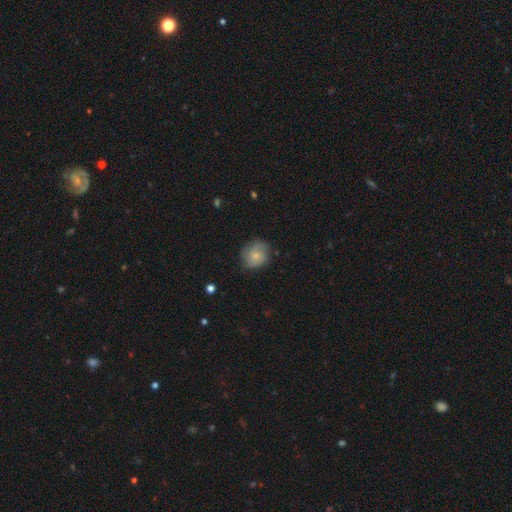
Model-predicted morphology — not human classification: smooth_or_featured: smooth (p=0.70) [alt: featured or disk p=0.22]
how_rounded: round (p=0.84) [alt: in between p=0.16]
merging: none (p=0.72) [alt: minor disturbance p=0.21]